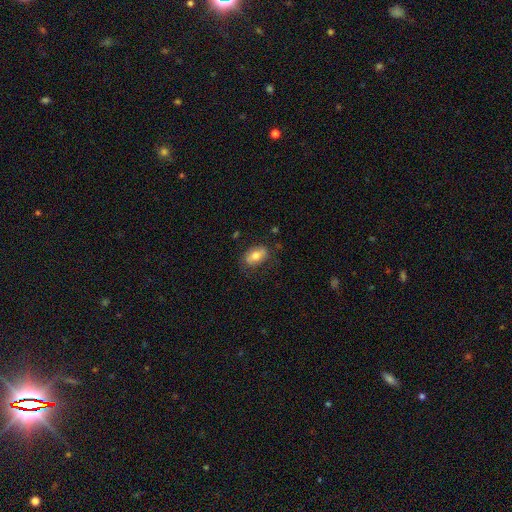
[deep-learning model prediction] Smooth or featured?
  - smooth: 72% *
  - featured or disk: 20%
  - star or artifact: 7%
How rounded?
  - in between: 88% *
  - round: 10%
  - cigar-shaped: 2%
Merging?
  - none: 72% *
  - minor disturbance: 20%
  - major disturbance: 6%
  - merger: 2%